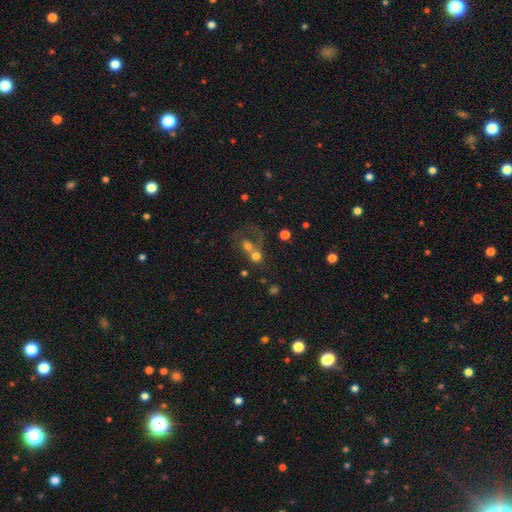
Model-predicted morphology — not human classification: Smooth or featured: smooth — 59% (featured or disk — 26%)
How rounded: round — 73% (in between — 26%)
Merging: merger — 65% (none — 20%)